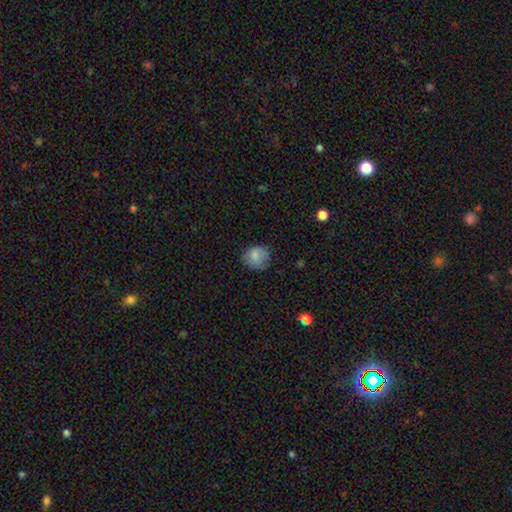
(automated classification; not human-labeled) Smooth or featured?
  - smooth: 82% *
  - featured or disk: 9%
  - star or artifact: 8%
How rounded?
  - round: 77% *
  - in between: 22%
  - cigar-shaped: 1%
Merging?
  - none: 71% *
  - minor disturbance: 22%
  - major disturbance: 5%
  - merger: 1%